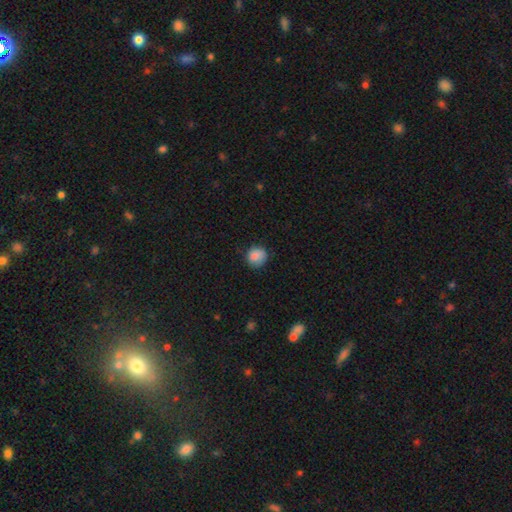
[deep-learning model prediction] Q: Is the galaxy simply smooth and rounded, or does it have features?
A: smooth — 86%.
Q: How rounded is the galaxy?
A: round — 82%.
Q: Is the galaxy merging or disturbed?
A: none — 76%.